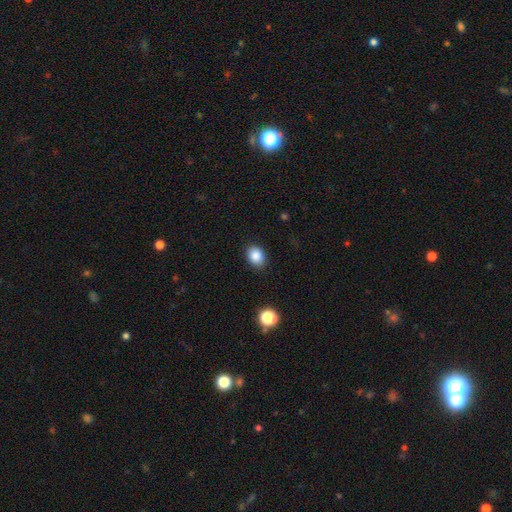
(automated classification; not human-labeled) The model was most divided on "how rounded": in between: 62%, round: 38%, cigar-shaped: 1%. More confident: merging — none (87%); smooth or featured — smooth (87%).